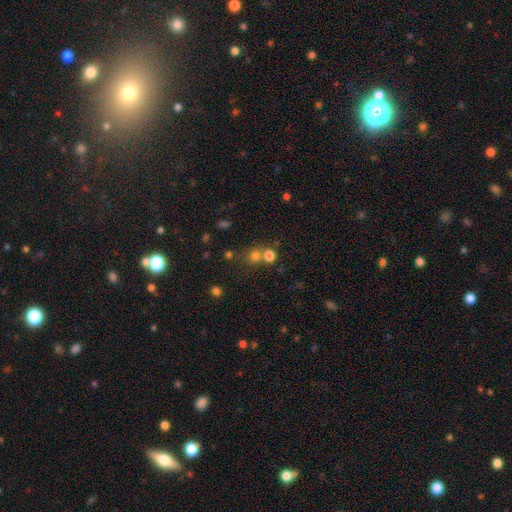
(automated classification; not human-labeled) smooth 72%, star or artifact 19%, featured or disk 8%. Down the decision tree: how rounded — round (86%); merging — none (57%).